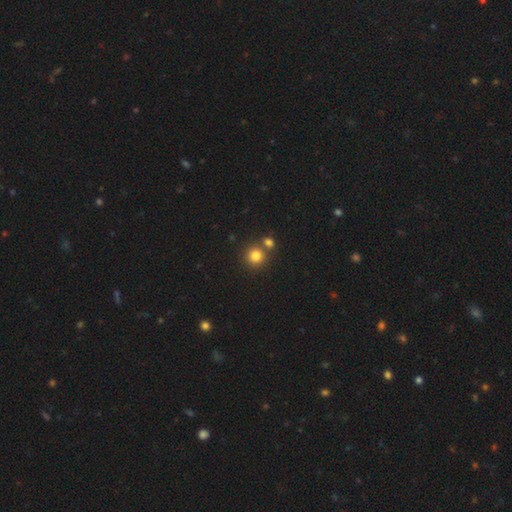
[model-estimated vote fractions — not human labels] Q: Smooth or featured?
A: smooth (81%); runner-up: star or artifact (12%)
Q: How rounded?
A: round (92%); runner-up: in between (7%)
Q: Merging?
A: none (69%); runner-up: merger (22%)